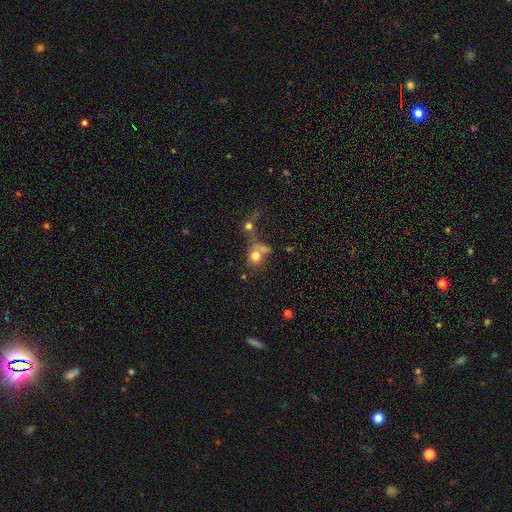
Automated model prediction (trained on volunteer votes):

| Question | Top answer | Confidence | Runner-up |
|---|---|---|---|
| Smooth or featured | smooth | 72% | featured or disk (14%) |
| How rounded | round | 72% | in between (26%) |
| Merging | merger | 42% | none (34%) |